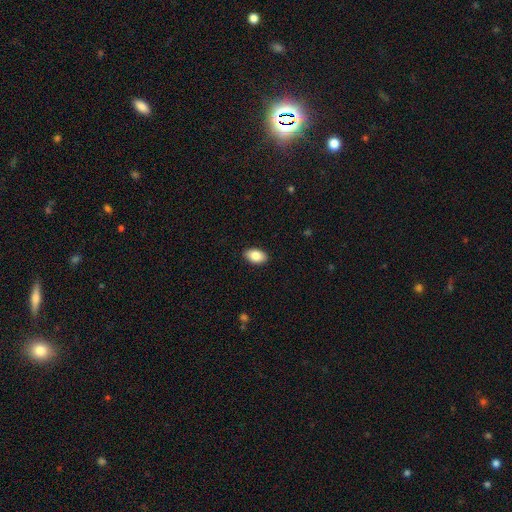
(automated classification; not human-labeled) Smooth or featured? Predicted: smooth (p=0.86). How rounded? Predicted: in between (p=0.93). Merging? Predicted: none (p=0.90).